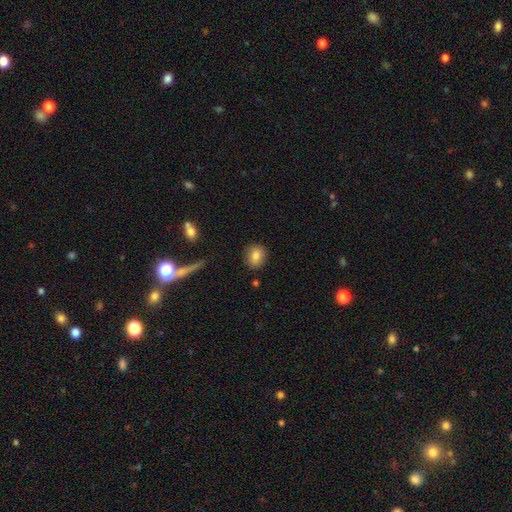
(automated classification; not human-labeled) The model was most divided on "how rounded": round: 63%, in between: 35%, cigar-shaped: 1%. More confident: merging — none (85%); smooth or featured — smooth (84%).